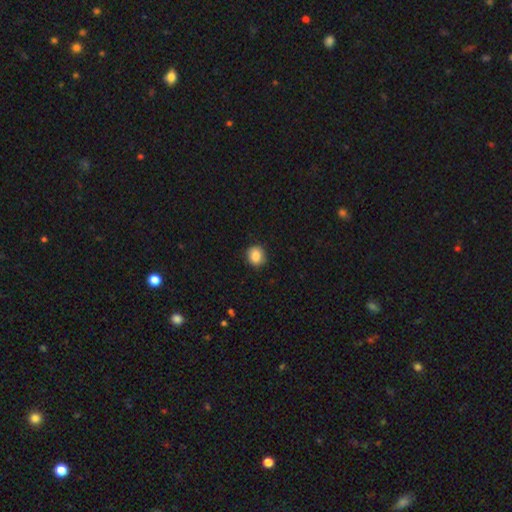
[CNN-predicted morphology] smooth-or-featured: smooth: 85% | star or artifact: 9% | featured or disk: 6%
  how-rounded: round: 78% | in between: 21% | cigar-shaped: 1%
  merging: none: 88% | minor disturbance: 9% | major disturbance: 2% | merger: 1%